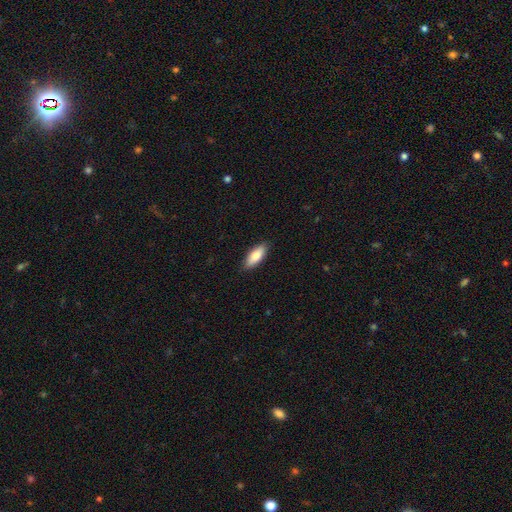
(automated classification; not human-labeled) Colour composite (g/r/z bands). It shows a smooth galaxy with no disk features (78%) that is in between round and cigar-shaped (77%). Merging: none (89%).